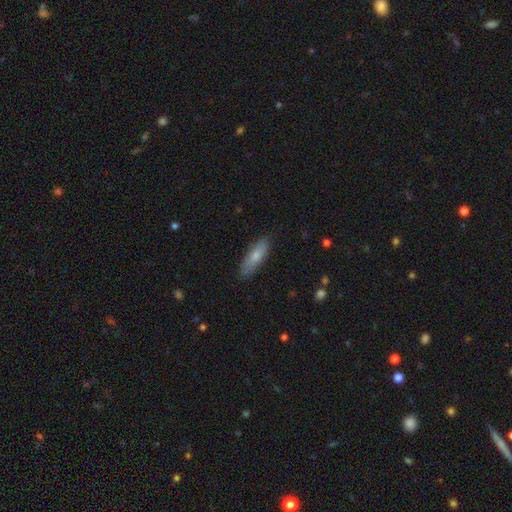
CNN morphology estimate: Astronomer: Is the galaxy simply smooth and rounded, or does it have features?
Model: smooth — 76%.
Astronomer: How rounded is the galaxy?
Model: cigar-shaped — 52% (runner-up: in between, 46%).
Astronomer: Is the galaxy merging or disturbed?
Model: none — 85%.